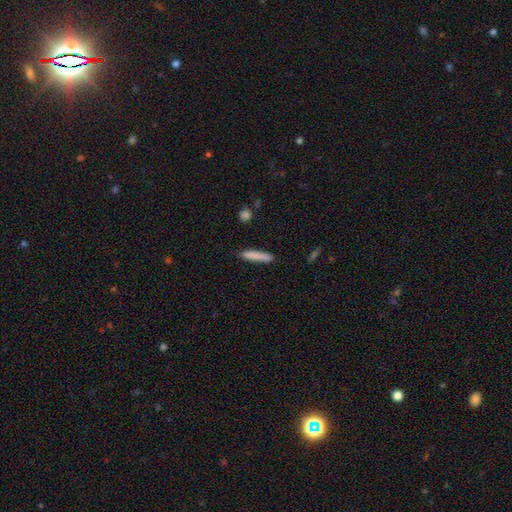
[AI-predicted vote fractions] Morphology: type=smooth (83%); roundness=cigar-shaped (90%); merging=none (85%).